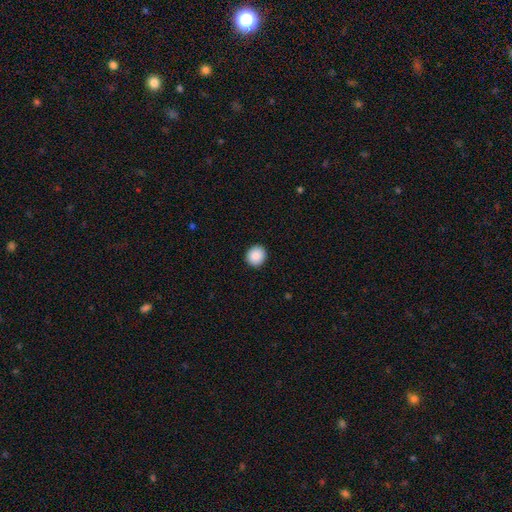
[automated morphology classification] Smooth or featured? smooth (89%)
How rounded? round (91%)
Merging? none (92%)